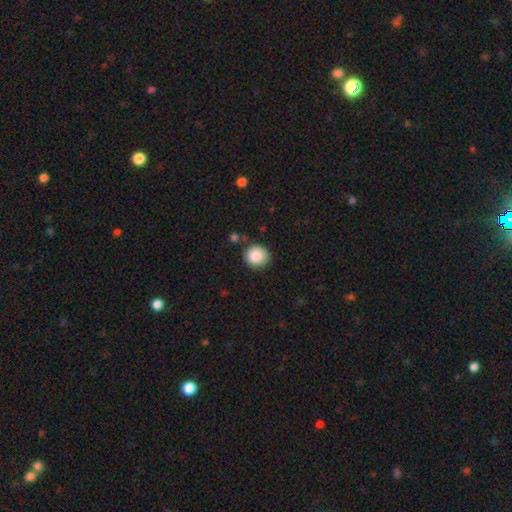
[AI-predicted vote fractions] Smooth or featured: smooth — 87% (star or artifact — 9%)
How rounded: round — 91% (in between — 8%)
Merging: none — 84% (minor disturbance — 10%)